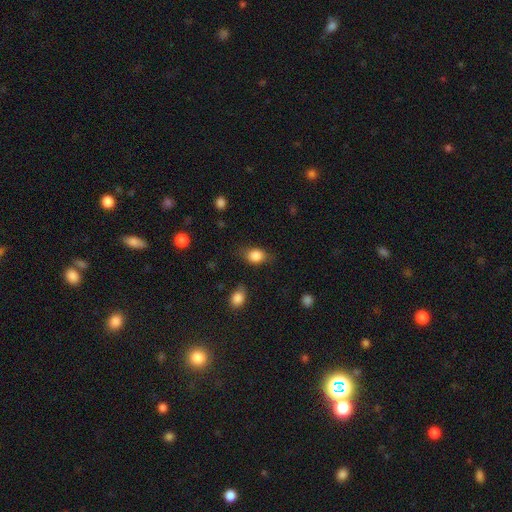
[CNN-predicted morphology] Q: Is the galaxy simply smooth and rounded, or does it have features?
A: smooth — 84%.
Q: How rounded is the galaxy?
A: in between — 63%.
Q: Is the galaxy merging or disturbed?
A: none — 68%.